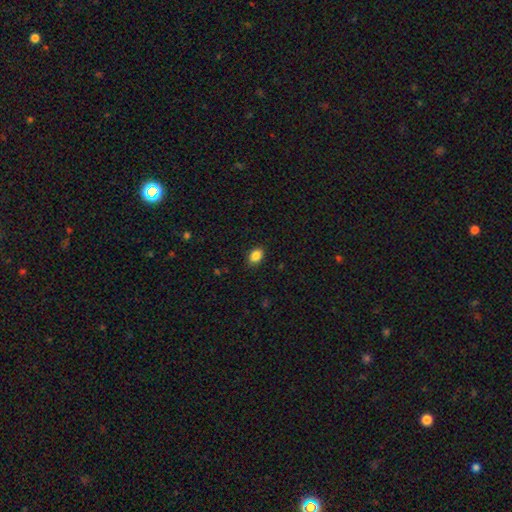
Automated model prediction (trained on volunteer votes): A smooth galaxy with no disk features (87%) that is in between round and cigar-shaped (76%).

Vote fractions:
- Smooth or featured? smooth: 87% / star or artifact: 9% / featured or disk: 4%
- How rounded? in between: 76% / round: 23% / cigar-shaped: 1%
- Merging? none: 88% / minor disturbance: 9% / major disturbance: 2% / merger: 1%